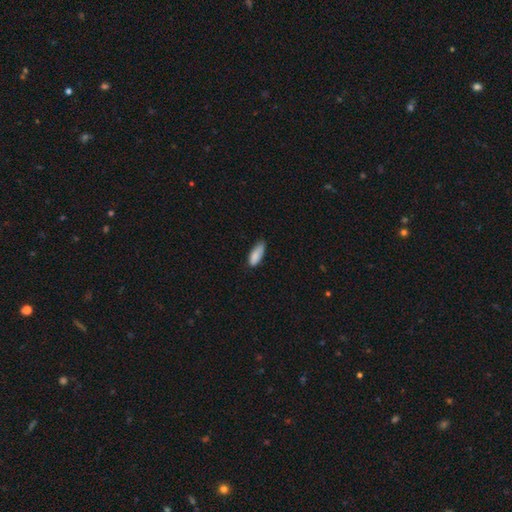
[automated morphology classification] Smooth or featured?
  - smooth: 86% *
  - featured or disk: 7%
  - star or artifact: 7%
How rounded?
  - in between: 72% *
  - cigar-shaped: 26%
  - round: 2%
Merging?
  - none: 61% *
  - minor disturbance: 32%
  - major disturbance: 5%
  - merger: 2%